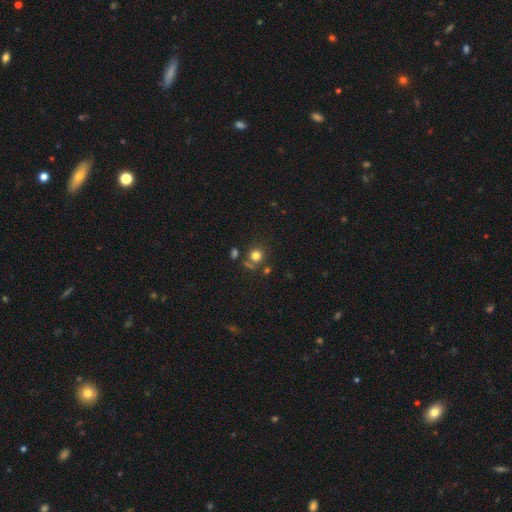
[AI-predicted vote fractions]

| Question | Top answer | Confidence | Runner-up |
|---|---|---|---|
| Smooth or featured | smooth | 77% | star or artifact (16%) |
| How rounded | round | 89% | in between (10%) |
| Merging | none | 72% | merger (13%) |